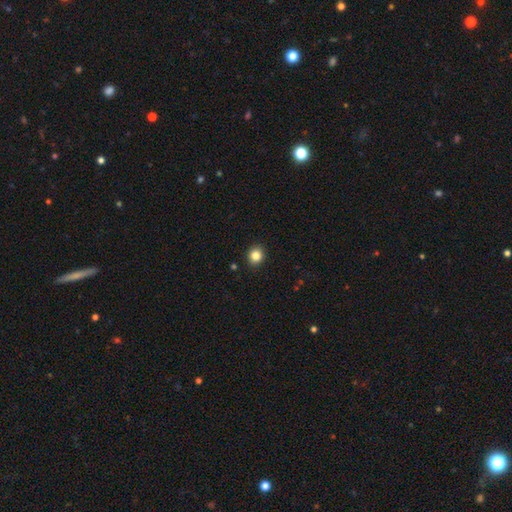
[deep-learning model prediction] A smooth galaxy with no disk features (84%) that is round (81%). Merging: none (91%).